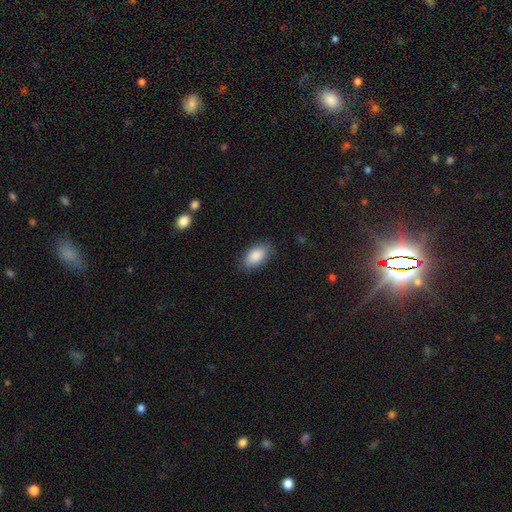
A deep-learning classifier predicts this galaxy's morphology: Q: Smooth or featured?
A: smooth (88%); runner-up: star or artifact (6%)
Q: How rounded?
A: in between (94%); runner-up: round (4%)
Q: Merging?
A: none (84%); runner-up: minor disturbance (12%)